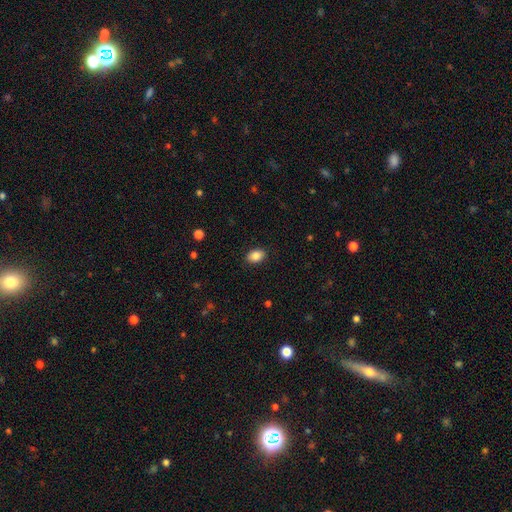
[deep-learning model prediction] A smooth galaxy with no disk features (87%) that is in between round and cigar-shaped (82%).

Vote fractions:
- Smooth or featured? smooth: 87% / star or artifact: 8% / featured or disk: 5%
- How rounded? in between: 82% / round: 17% / cigar-shaped: 1%
- Merging? none: 89% / minor disturbance: 8% / major disturbance: 2% / merger: 1%